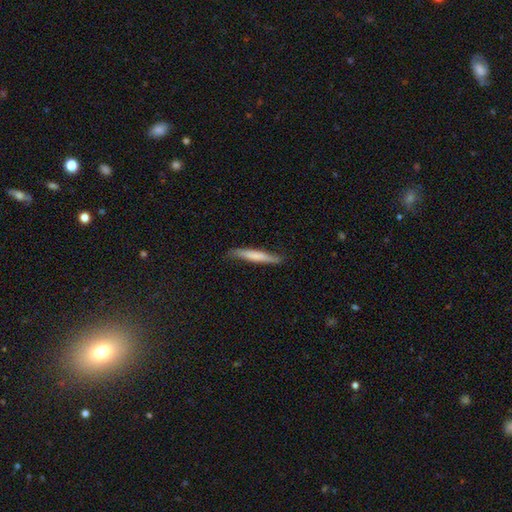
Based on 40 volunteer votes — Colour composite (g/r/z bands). It shows a smooth galaxy with no disk features (72%) that is cigar-shaped (97%). Merging: none (94%).